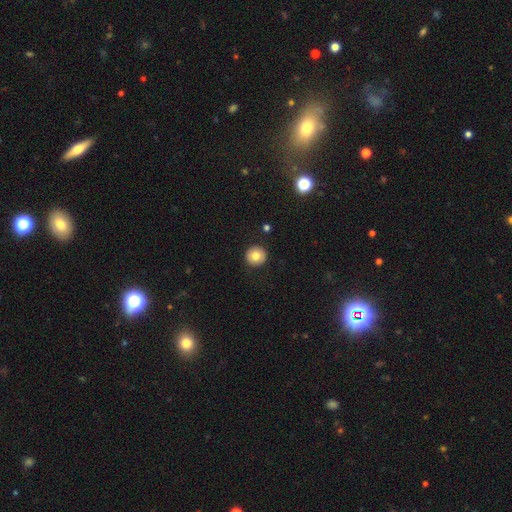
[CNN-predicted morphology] Smooth or featured?
  - smooth: 78% *
  - featured or disk: 13%
  - star or artifact: 9%
How rounded?
  - round: 94% *
  - in between: 5%
  - cigar-shaped: 1%
Merging?
  - none: 91% *
  - minor disturbance: 6%
  - major disturbance: 2%
  - merger: 1%